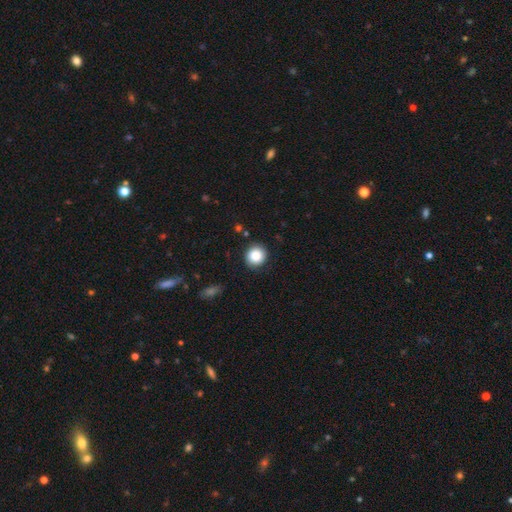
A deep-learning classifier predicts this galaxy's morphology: Q: Smooth or featured?
A: smooth (85%); runner-up: star or artifact (9%)
Q: How rounded?
A: round (91%); runner-up: in between (8%)
Q: Merging?
A: none (88%); runner-up: minor disturbance (8%)